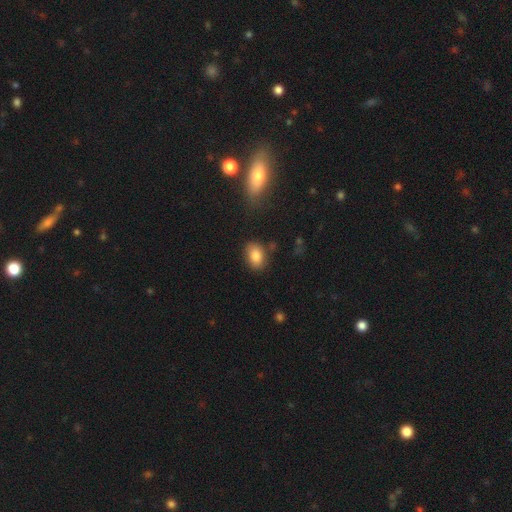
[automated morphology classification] smooth-or-featured: smooth: 83% | star or artifact: 9% | featured or disk: 8%
  how-rounded: in between: 81% | round: 17% | cigar-shaped: 1%
  merging: none: 79% | minor disturbance: 14% | major disturbance: 4% | merger: 4%